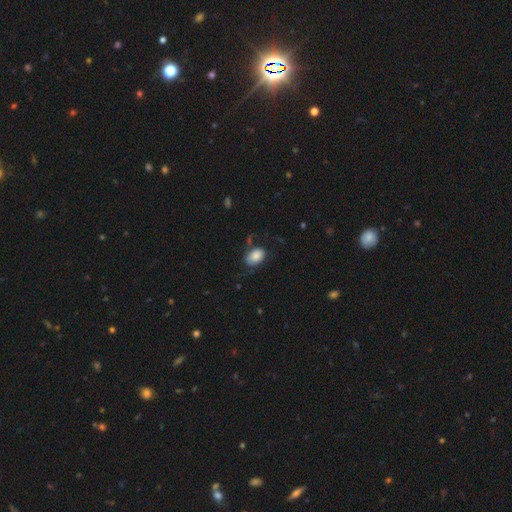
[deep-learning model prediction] Morphology: type=smooth (82%); roundness=in between (87%); merging=none (62%).